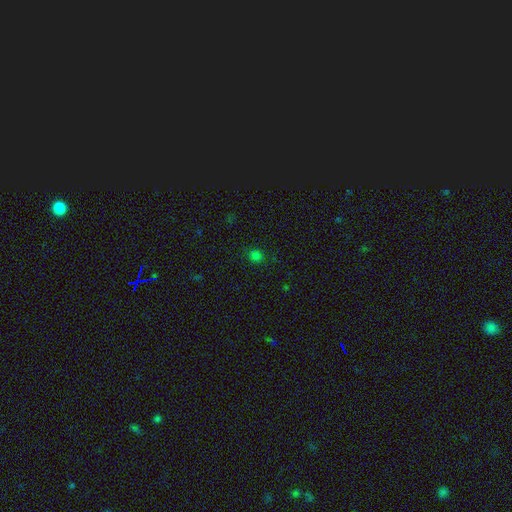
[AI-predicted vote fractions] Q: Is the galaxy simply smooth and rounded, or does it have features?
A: smooth — 77%.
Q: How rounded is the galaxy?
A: round — 85%.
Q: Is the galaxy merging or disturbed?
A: none — 89%.